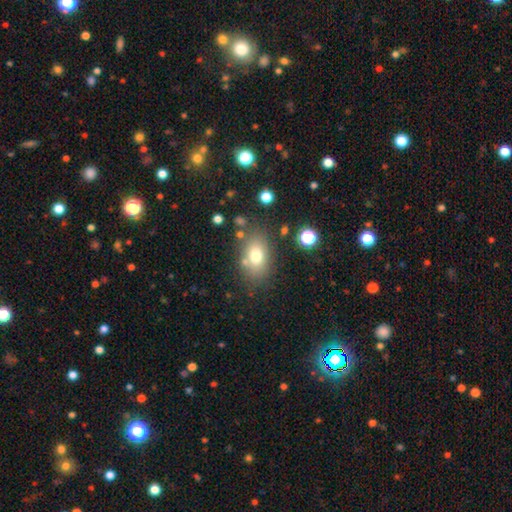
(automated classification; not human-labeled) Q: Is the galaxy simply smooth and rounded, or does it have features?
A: smooth — 73%.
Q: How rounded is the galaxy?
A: in between — 78%.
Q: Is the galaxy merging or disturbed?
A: none — 75%.